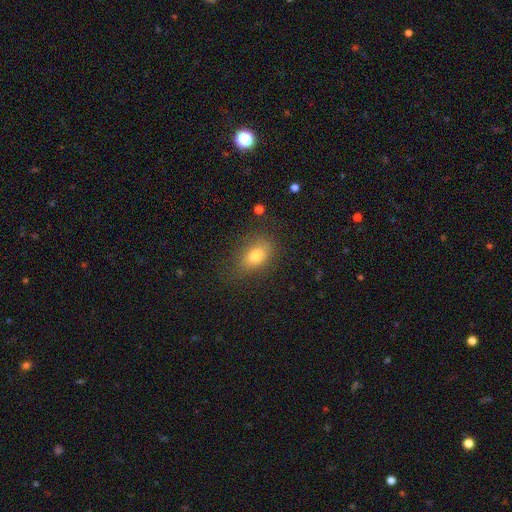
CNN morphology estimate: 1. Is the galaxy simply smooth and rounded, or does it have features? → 78% smooth, 11% featured or disk, 11% star or artifact.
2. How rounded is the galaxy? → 80% in between, 17% round, 3% cigar-shaped.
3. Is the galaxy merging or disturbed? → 72% none, 19% minor disturbance, 7% major disturbance, 2% merger.